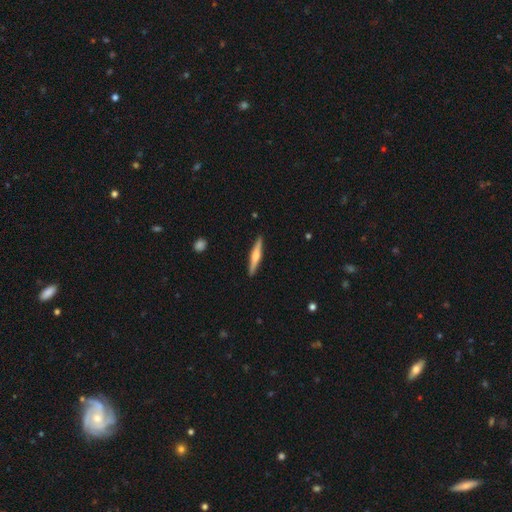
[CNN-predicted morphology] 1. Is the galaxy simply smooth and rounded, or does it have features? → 58% featured or disk, 37% smooth, 5% star or artifact.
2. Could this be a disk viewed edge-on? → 97% yes, 3% no.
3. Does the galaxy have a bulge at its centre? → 82% rounded, 11% boxy, 8% none.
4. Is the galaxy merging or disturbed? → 91% none, 6% minor disturbance, 1% major disturbance, 1% merger.